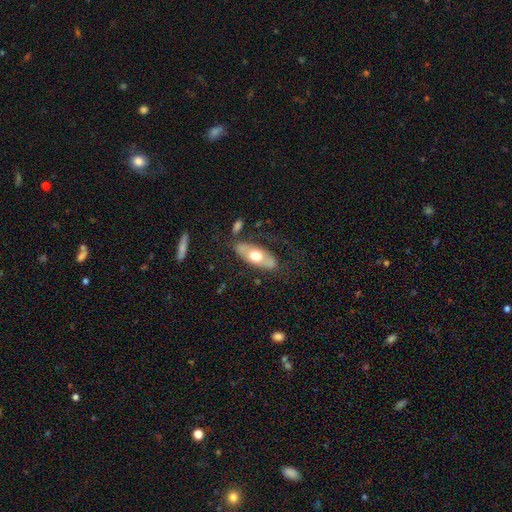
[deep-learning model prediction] Morphology: type=smooth (52%); roundness=in between (78%); merging=none (67%).